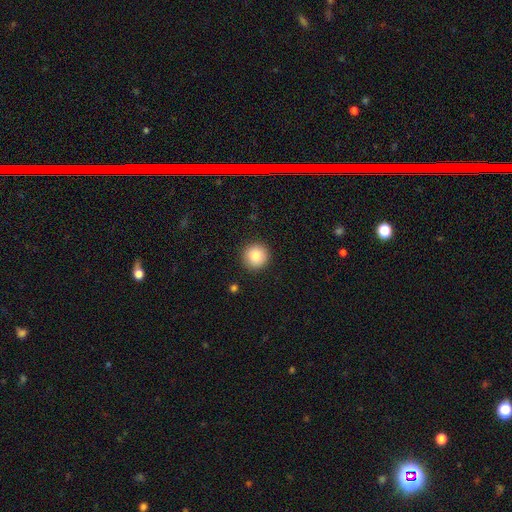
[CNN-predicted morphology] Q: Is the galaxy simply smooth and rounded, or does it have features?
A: smooth — 84%.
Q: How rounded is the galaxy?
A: round — 95%.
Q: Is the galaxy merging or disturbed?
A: none — 92%.